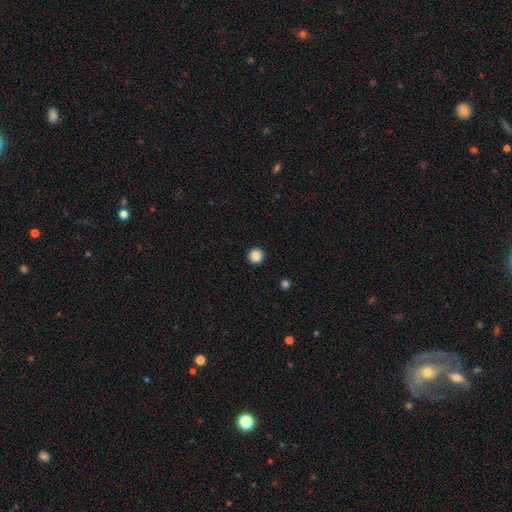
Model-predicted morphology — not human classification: Smooth or featured? Predicted: smooth (p=0.88). How rounded? Predicted: round (p=0.96). Merging? Predicted: none (p=0.93).